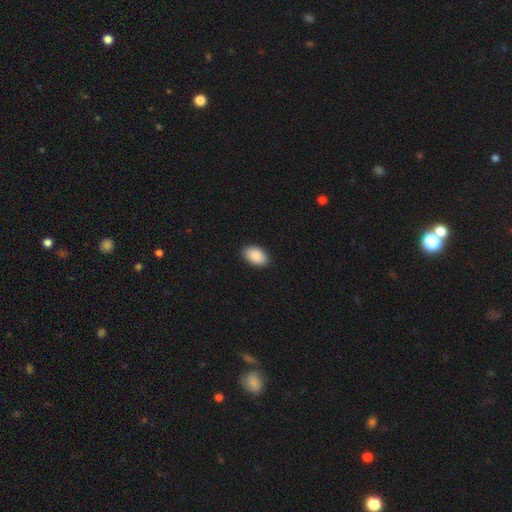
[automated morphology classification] Smooth or featured: smooth — 89% (star or artifact — 6%)
How rounded: in between — 93% (round — 6%)
Merging: none — 89% (minor disturbance — 8%)